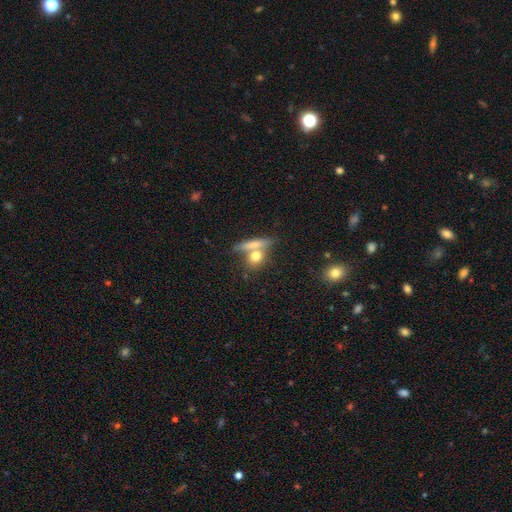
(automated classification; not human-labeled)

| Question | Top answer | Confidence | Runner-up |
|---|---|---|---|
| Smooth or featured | smooth | 72% | featured or disk (19%) |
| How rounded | round | 47% | in between (33%) |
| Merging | none | 44% | merger (41%) |